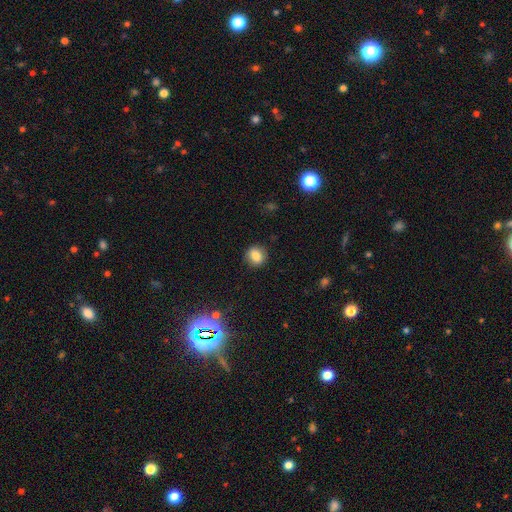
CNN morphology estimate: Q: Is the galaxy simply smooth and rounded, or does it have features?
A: smooth — 81%.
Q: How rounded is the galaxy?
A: round — 75%.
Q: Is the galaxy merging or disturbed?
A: none — 85%.